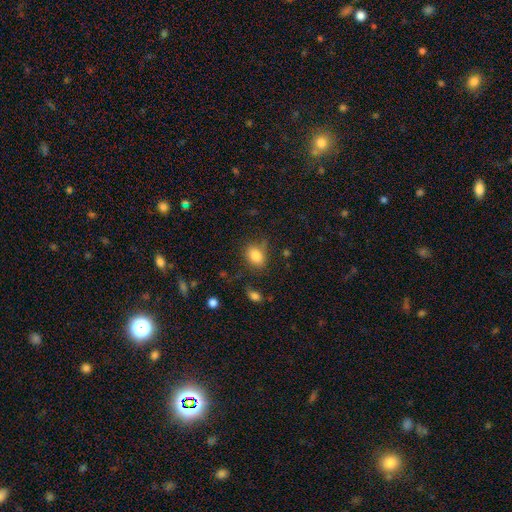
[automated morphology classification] smooth-or-featured: smooth: 84% | star or artifact: 9% | featured or disk: 7%
  how-rounded: in between: 69% | round: 30% | cigar-shaped: 1%
  merging: none: 74% | minor disturbance: 17% | major disturbance: 6% | merger: 3%